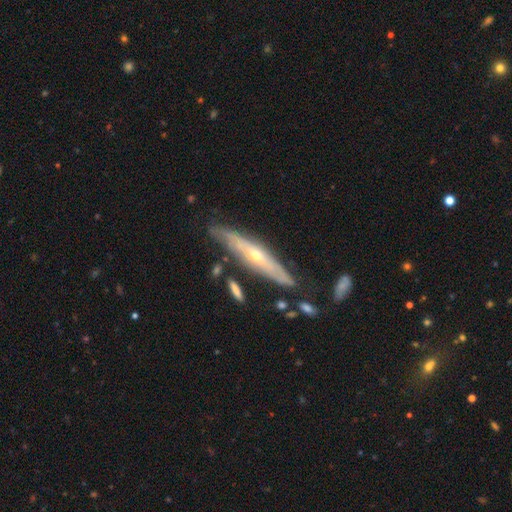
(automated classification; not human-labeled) The model was most divided on "edge-on disk": yes: 72%, no: 28%. More confident: edge-on bulge — rounded (80%); merging — none (74%); smooth or featured — featured or disk (72%).